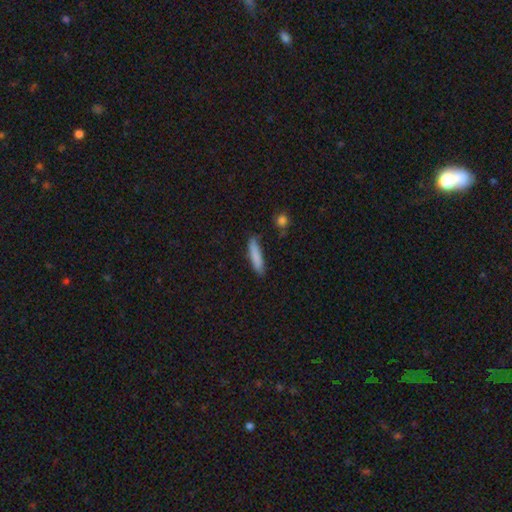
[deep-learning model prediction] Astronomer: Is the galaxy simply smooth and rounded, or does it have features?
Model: smooth — 84%.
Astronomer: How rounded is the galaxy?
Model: cigar-shaped — 84%.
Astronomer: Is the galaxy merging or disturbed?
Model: none — 83%.